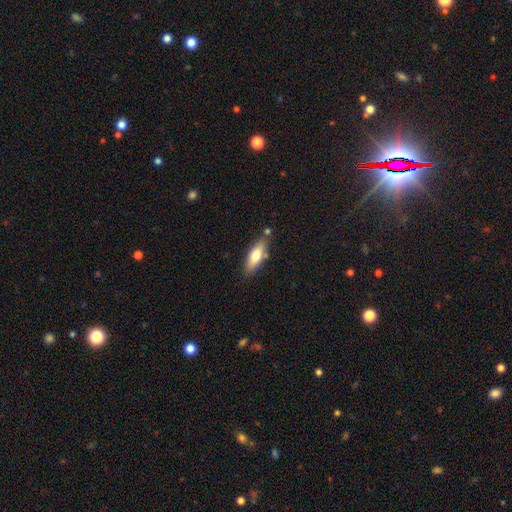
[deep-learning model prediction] The model was most divided on "how rounded": in between: 61%, cigar-shaped: 37%, round: 2%. More confident: merging — none (75%); smooth or featured — smooth (71%).